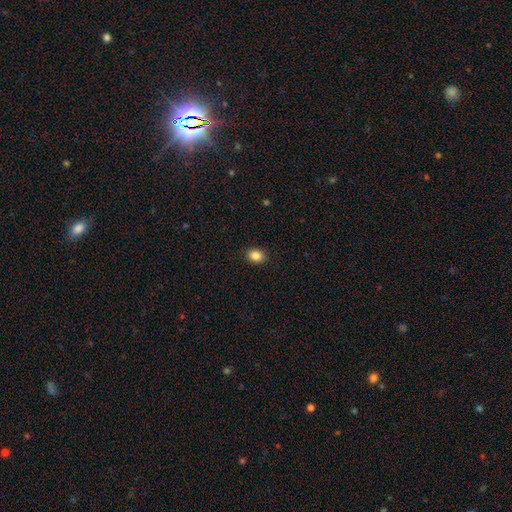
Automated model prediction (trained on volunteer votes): Smooth or featured: smooth — 86% (star or artifact — 10%)
How rounded: in between — 60% (round — 40%)
Merging: none — 90% (minor disturbance — 7%)